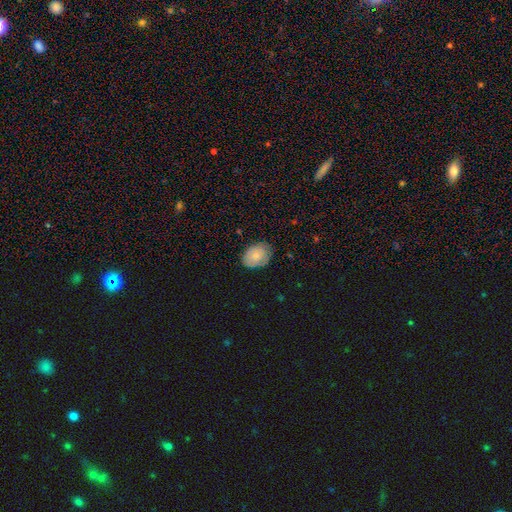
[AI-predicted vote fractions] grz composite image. It shows a smooth galaxy with no disk features (73%) that is in between round and cigar-shaped (73%). Merging: none (75%).